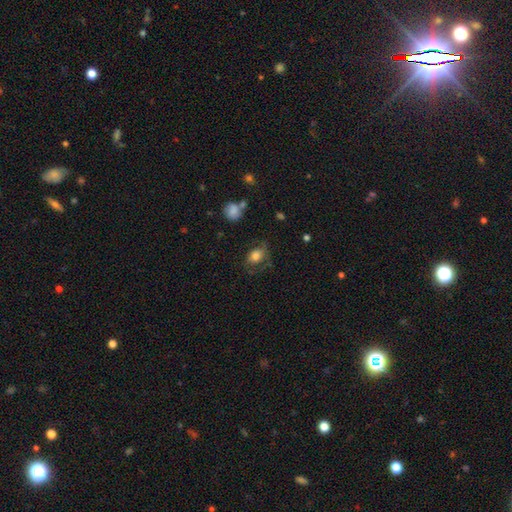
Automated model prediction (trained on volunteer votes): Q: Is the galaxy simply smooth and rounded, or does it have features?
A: smooth — 73%.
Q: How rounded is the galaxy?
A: in between — 62%.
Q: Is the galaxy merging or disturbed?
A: none — 50%.